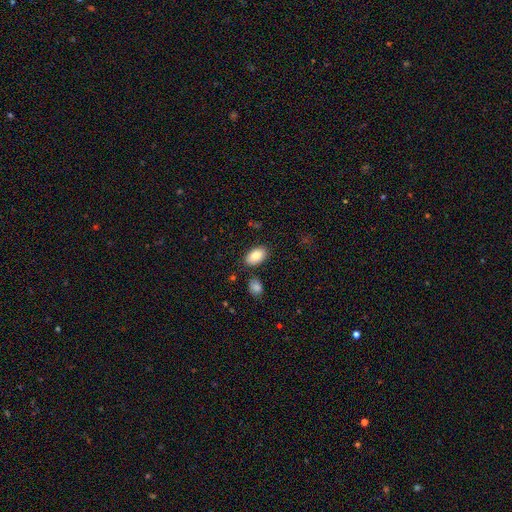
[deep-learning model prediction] smooth 85%, featured or disk 8%, star or artifact 7%. Down the decision tree: how rounded — in between (94%); merging — none (82%).